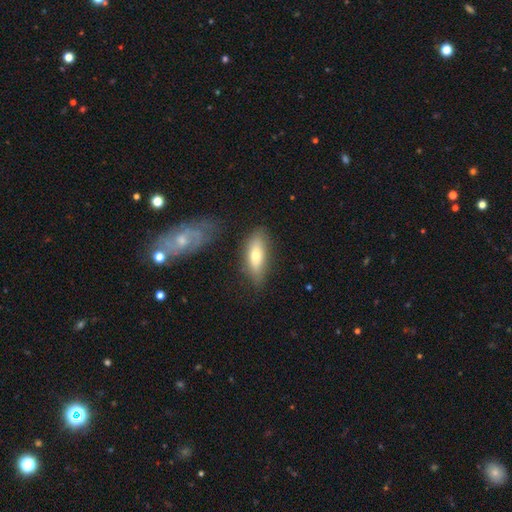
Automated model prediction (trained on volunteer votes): A smooth galaxy with no disk features (64%) that is in between round and cigar-shaped (69%). Merging: none (74%).